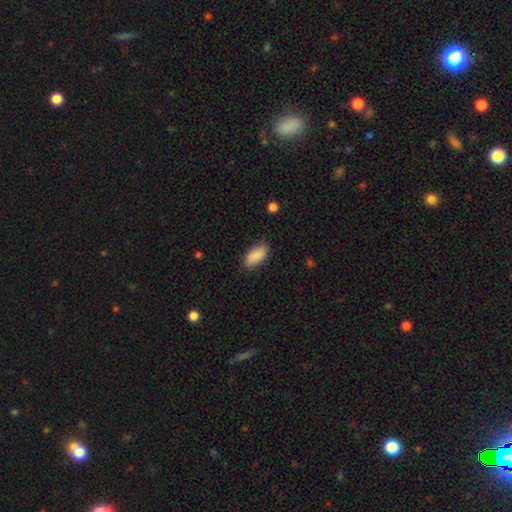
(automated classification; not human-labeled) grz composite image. It shows a smooth galaxy with no disk features (88%) that is in between round and cigar-shaped (91%). Merging: none (81%).